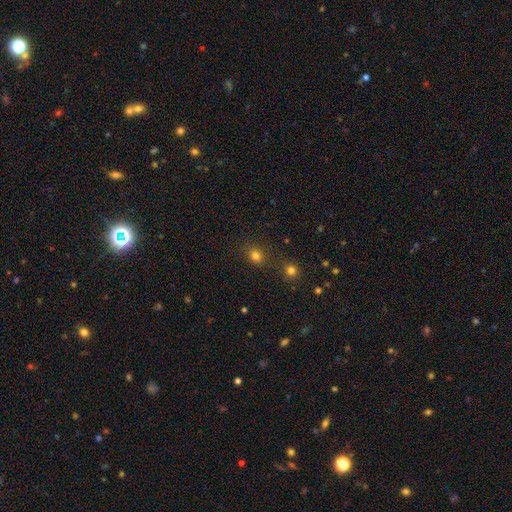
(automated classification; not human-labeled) Overall: smooth (76%). How rounded: round (68%; in between 31%). Merging: none (77%).